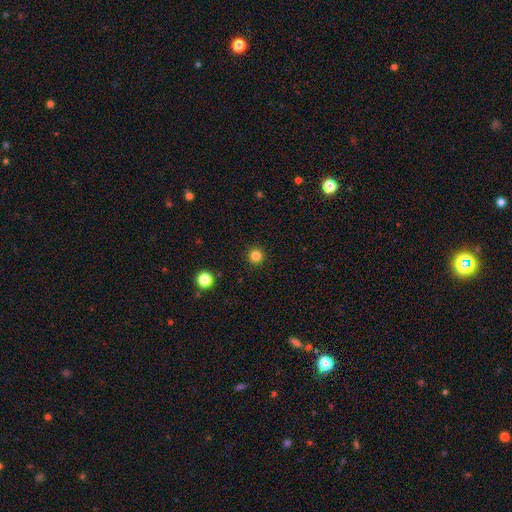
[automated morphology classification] Smooth or featured?
  - smooth: 82% *
  - star or artifact: 14%
  - featured or disk: 4%
How rounded?
  - round: 95% *
  - in between: 4%
  - cigar-shaped: 1%
Merging?
  - none: 93% *
  - minor disturbance: 5%
  - major disturbance: 2%
  - merger: 1%